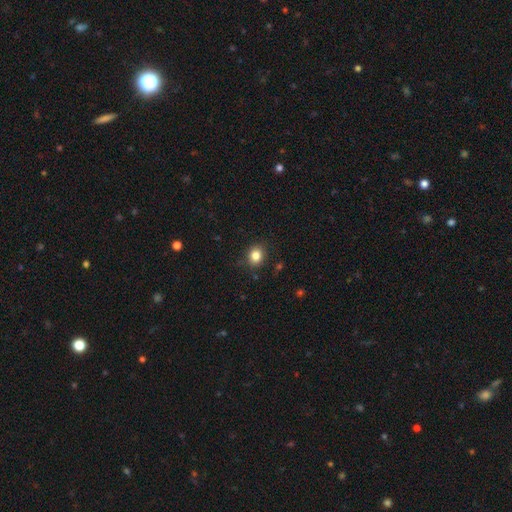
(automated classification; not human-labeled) Smooth or featured: smooth — 83% (star or artifact — 11%)
How rounded: round — 69% (in between — 30%)
Merging: none — 86% (minor disturbance — 10%)